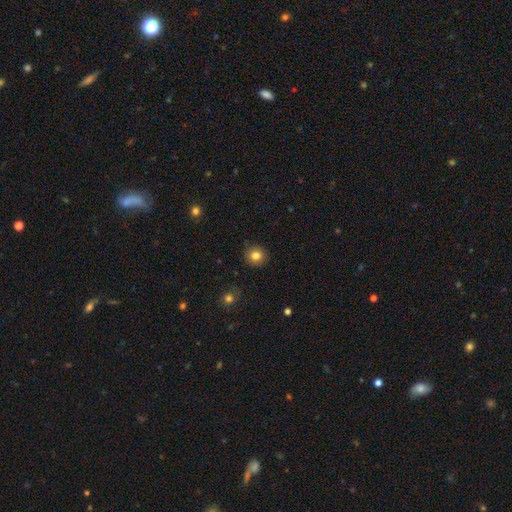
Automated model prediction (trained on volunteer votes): Smooth or featured? smooth (82%)
How rounded? round (92%)
Merging? none (90%)